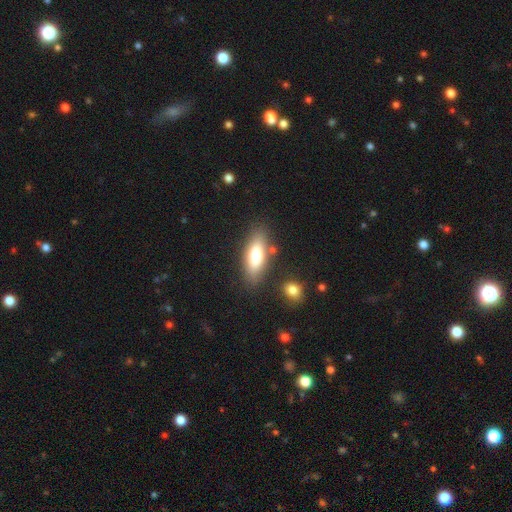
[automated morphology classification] Smooth or featured: smooth — 74% (featured or disk — 19%)
How rounded: in between — 69% (cigar-shaped — 28%)
Merging: none — 80% (minor disturbance — 12%)